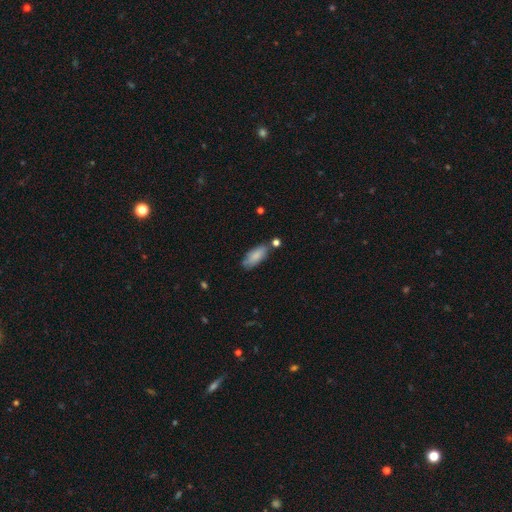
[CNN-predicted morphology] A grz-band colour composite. It shows a smooth galaxy with no disk features (83%) that is in between round and cigar-shaped (77%). Merging: none (70%).